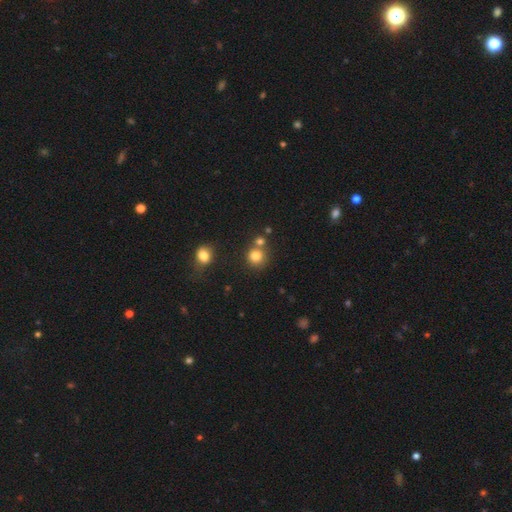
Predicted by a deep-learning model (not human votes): smooth 80%, star or artifact 13%, featured or disk 7%. Down the decision tree: how rounded — round (90%); merging — none (66%).